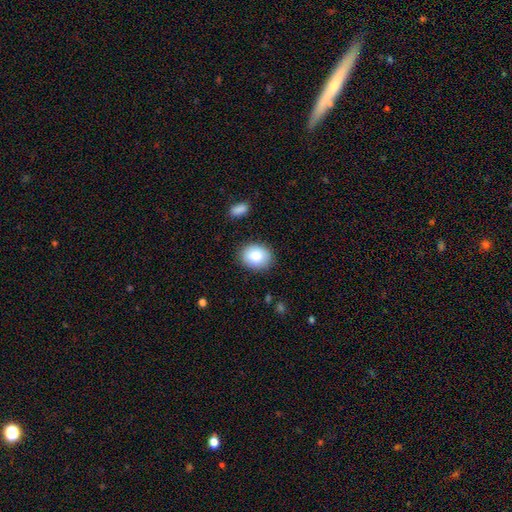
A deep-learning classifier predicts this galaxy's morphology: Smooth or featured? smooth (85%)
How rounded? in between (52%)
Merging? none (86%)